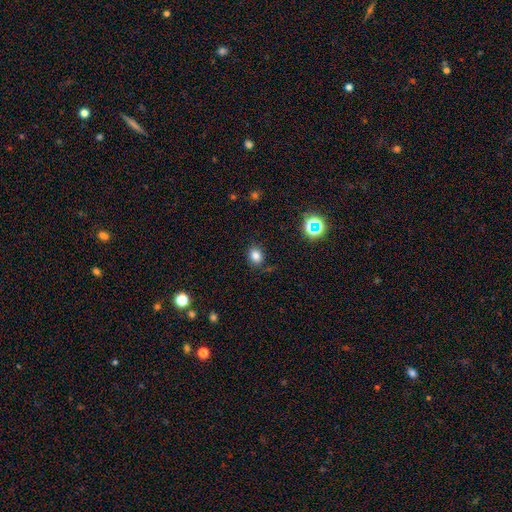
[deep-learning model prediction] Smooth or featured? Predicted: smooth (p=0.78). How rounded? Predicted: round (p=0.62). Merging? Predicted: none (p=0.81).